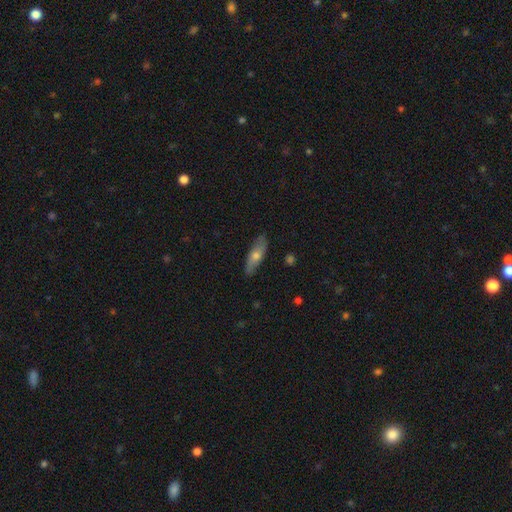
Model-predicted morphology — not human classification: type=smooth (57%); roundness=cigar-shaped (53%); merging=none (86%).